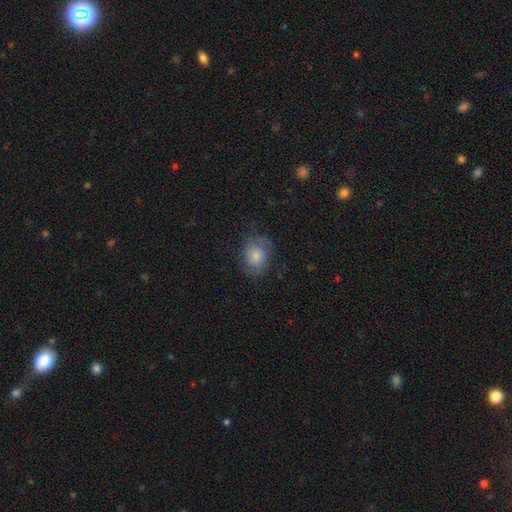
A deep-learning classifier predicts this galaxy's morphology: Smooth or featured? smooth (63%)
How rounded? in between (54%)
Merging? none (66%)